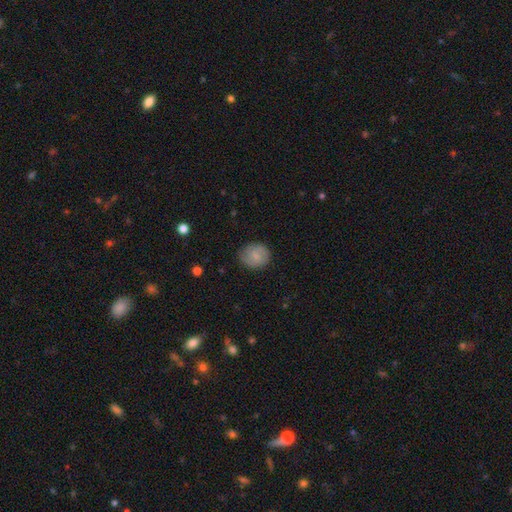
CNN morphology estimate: This is likely a smooth galaxy (72%). How rounded: likely round (71%). Merging: clearly none (80%).